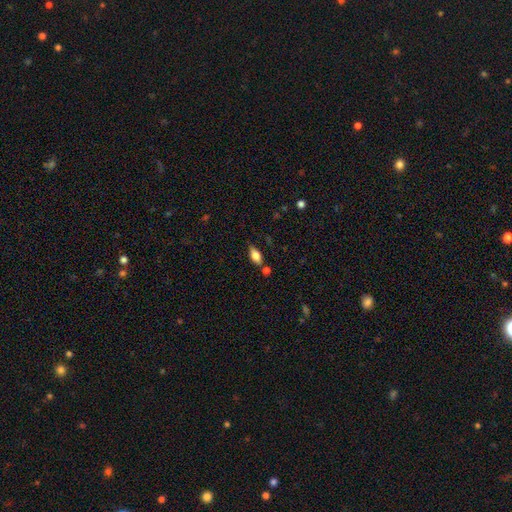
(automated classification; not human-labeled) smooth 73%, featured or disk 19%, star or artifact 8%. Down the decision tree: how rounded — in between (85%); merging — none (69%).